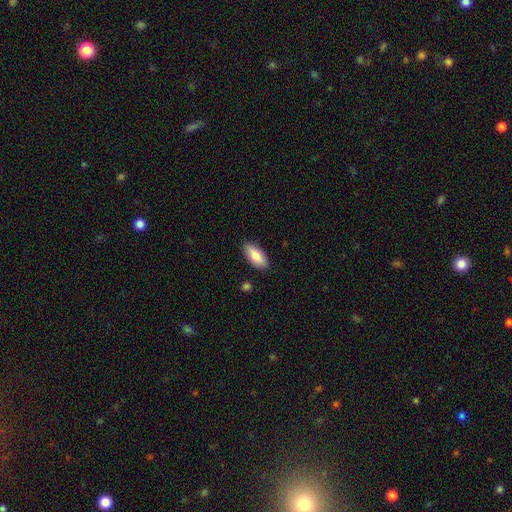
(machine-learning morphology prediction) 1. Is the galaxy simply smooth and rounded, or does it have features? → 85% smooth, 9% featured or disk, 6% star or artifact.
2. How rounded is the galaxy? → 88% in between, 10% cigar-shaped, 2% round.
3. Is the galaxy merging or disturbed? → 87% none, 9% minor disturbance, 2% major disturbance, 1% merger.